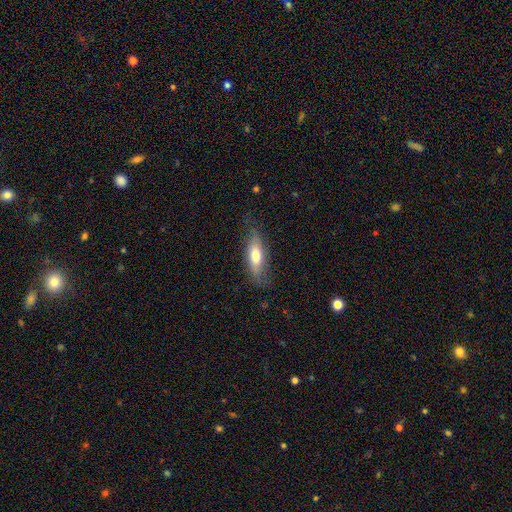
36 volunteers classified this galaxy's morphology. smooth_or_featured: smooth (p=0.69) [alt: featured or disk p=0.25]
how_rounded: cigar-shaped (p=0.72) [alt: in between p=0.28]
merging: none (p=0.79) [alt: minor disturbance p=0.15]